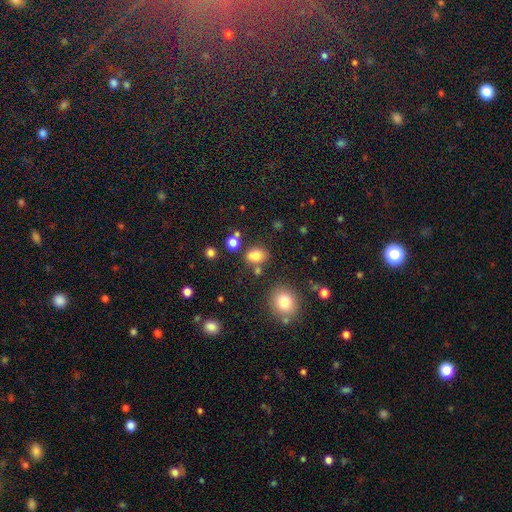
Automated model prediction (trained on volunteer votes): Morphology: type=smooth (79%); roundness=in between (70%); merging=none (70%).